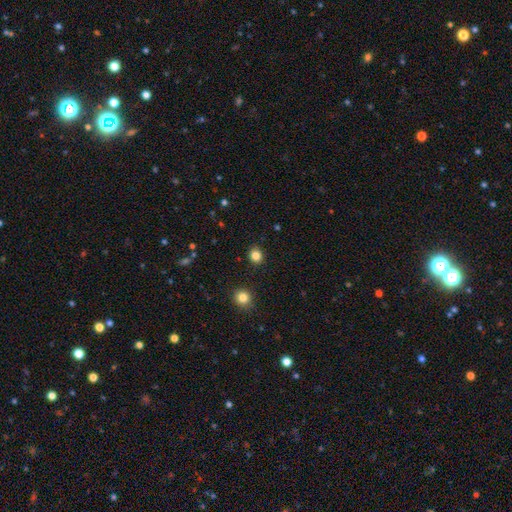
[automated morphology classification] A smooth galaxy with no disk features (83%) that is round (79%).

Vote fractions:
- Smooth or featured? smooth: 83% / star or artifact: 13% / featured or disk: 4%
- How rounded? round: 79% / in between: 20% / cigar-shaped: 1%
- Merging? none: 90% / minor disturbance: 6% / major disturbance: 2% / merger: 1%